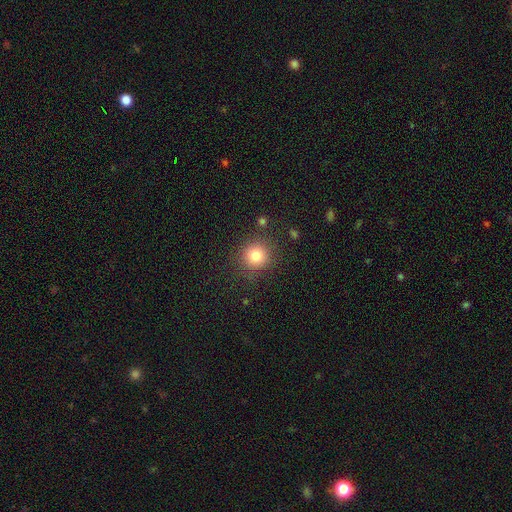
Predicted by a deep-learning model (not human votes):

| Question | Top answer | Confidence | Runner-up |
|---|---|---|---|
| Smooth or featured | smooth | 81% | star or artifact (12%) |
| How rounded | round | 92% | in between (8%) |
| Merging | none | 85% | minor disturbance (8%) |